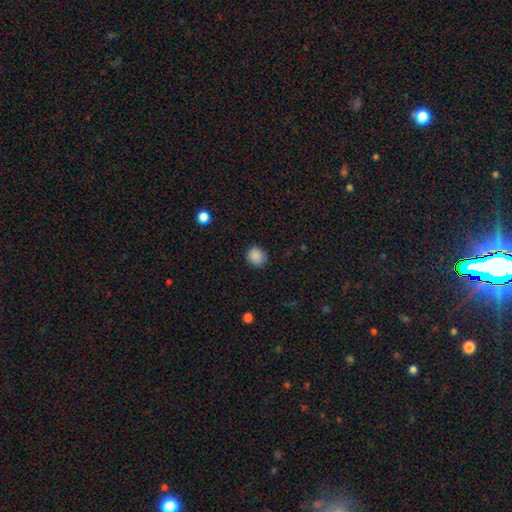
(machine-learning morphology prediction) Smooth or featured? Predicted: smooth (p=0.87). How rounded? Predicted: round (p=0.75). Merging? Predicted: none (p=0.85).